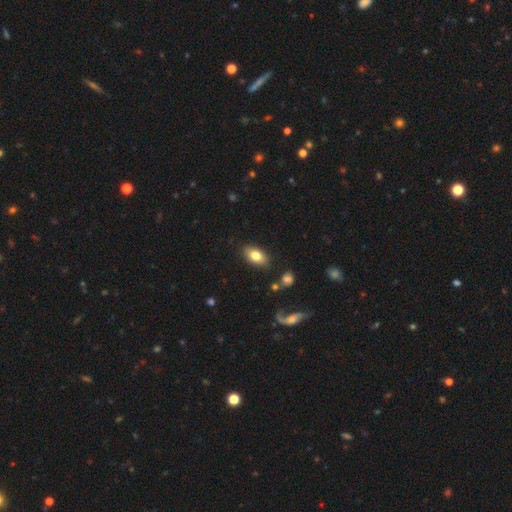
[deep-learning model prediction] Smooth or featured? smooth (79%)
How rounded? in between (89%)
Merging? none (85%)